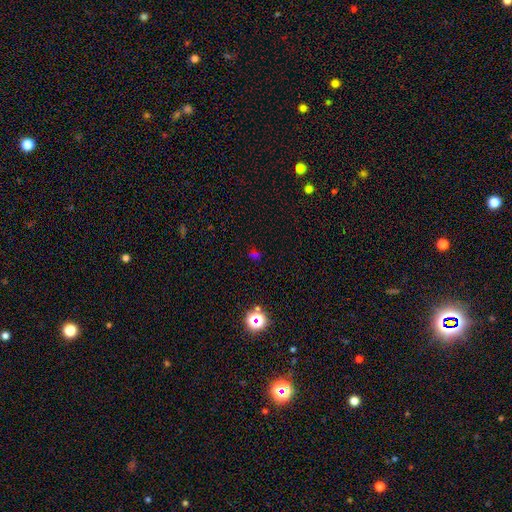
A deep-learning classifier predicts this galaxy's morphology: Smooth or featured?
  - star or artifact: 55% *
  - smooth: 37%
  - featured or disk: 8%